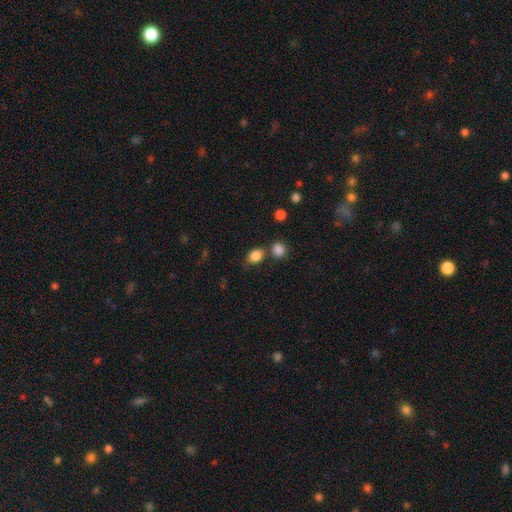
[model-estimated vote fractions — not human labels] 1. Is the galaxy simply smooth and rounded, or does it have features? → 85% smooth, 10% star or artifact, 5% featured or disk.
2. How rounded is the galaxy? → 68% in between, 31% round, 1% cigar-shaped.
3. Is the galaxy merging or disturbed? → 65% none, 17% merger, 14% minor disturbance, 4% major disturbance.